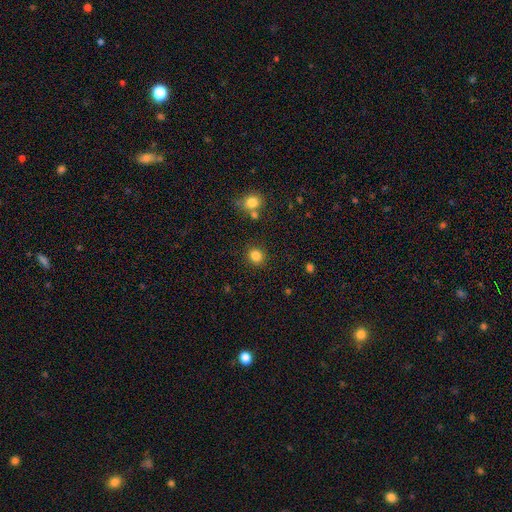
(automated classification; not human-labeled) smooth-or-featured: smooth: 84% | star or artifact: 11% | featured or disk: 4%
  how-rounded: round: 79% | in between: 20% | cigar-shaped: 1%
  merging: none: 86% | minor disturbance: 8% | merger: 3% | major disturbance: 3%